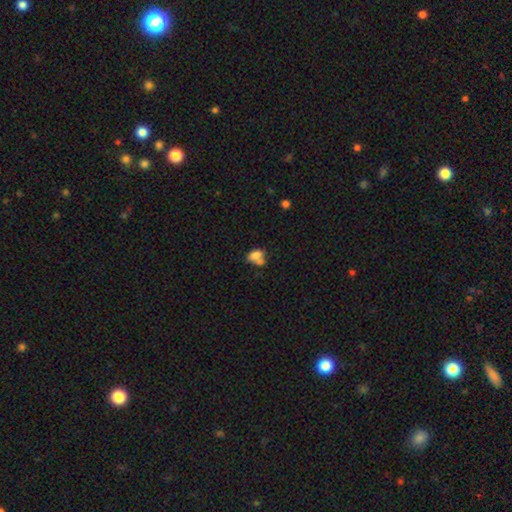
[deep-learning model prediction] Q: Smooth or featured?
A: smooth (75%); runner-up: featured or disk (14%)
Q: How rounded?
A: in between (77%); runner-up: round (21%)
Q: Merging?
A: merger (43%); runner-up: none (34%)